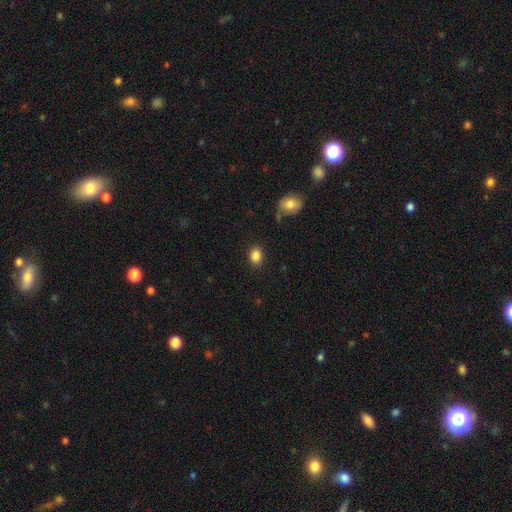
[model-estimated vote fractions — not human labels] This appears to be a smooth galaxy with no disk features (87%) that is in between round and cigar-shaped (67%). Merging: none (86%).